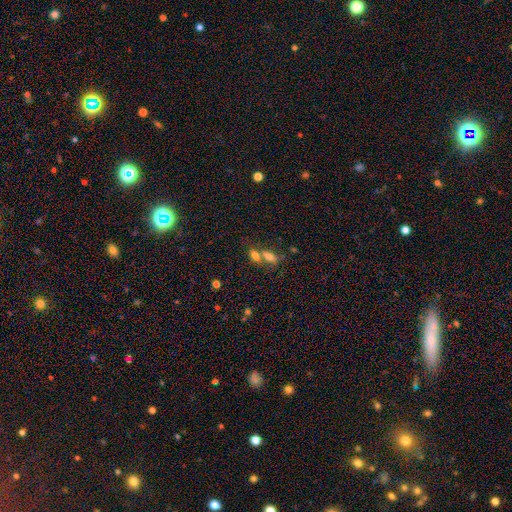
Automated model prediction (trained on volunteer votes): This appears to be a smooth galaxy with no disk features (72%) that is in between round and cigar-shaped (77%). Merging: merger (55%).